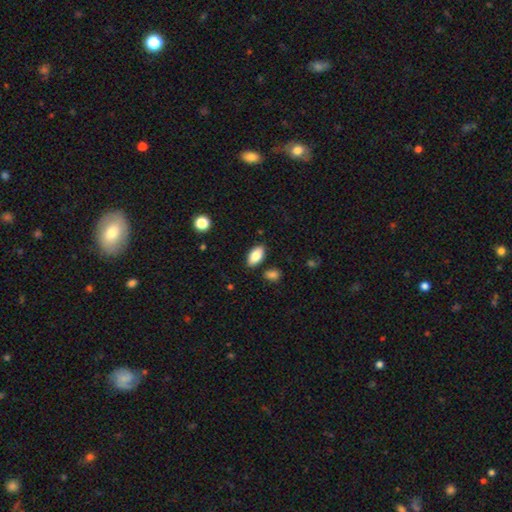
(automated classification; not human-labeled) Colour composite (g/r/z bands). It shows a smooth galaxy with no disk features (85%) that is in between round and cigar-shaped (93%). Merging: none (85%).